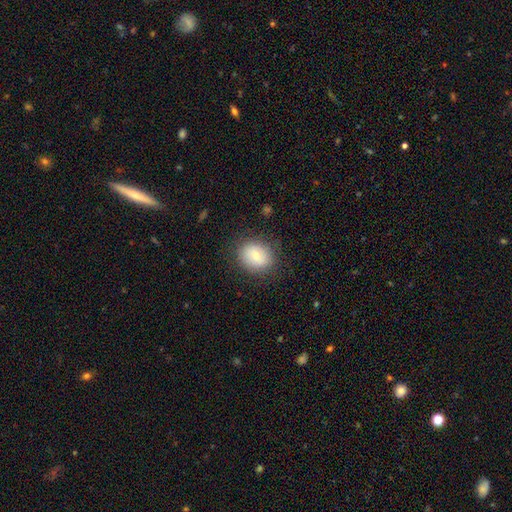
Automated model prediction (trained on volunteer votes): The model was most divided on "how rounded": round: 59%, in between: 40%, cigar-shaped: 1%. More confident: merging — none (82%); smooth or featured — smooth (77%).